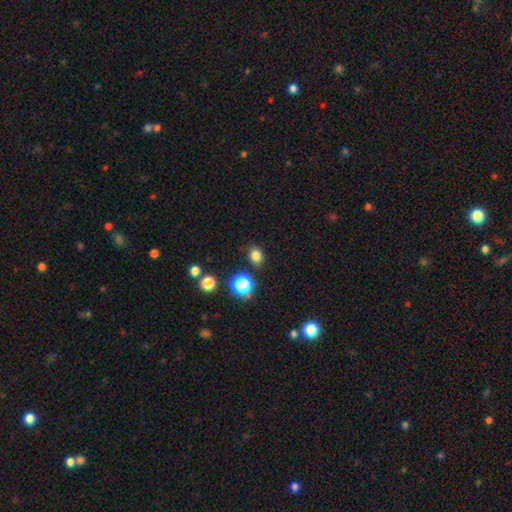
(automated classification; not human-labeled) Morphology: type=smooth (80%); roundness=round (54%); merging=none (84%).